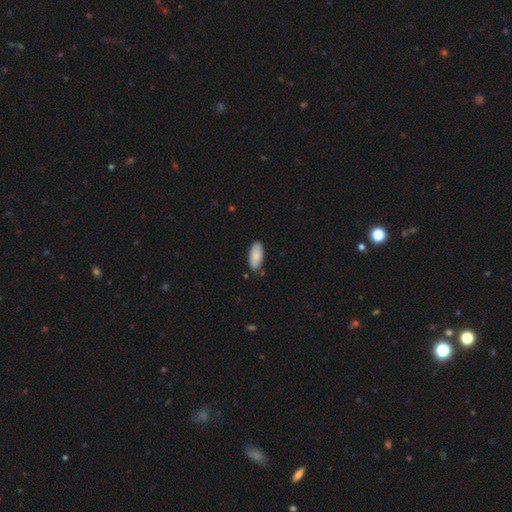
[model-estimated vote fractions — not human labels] A smooth galaxy with no disk features (86%) that is in between round and cigar-shaped (89%).

Vote fractions:
- Smooth or featured? smooth: 86% / featured or disk: 8% / star or artifact: 6%
- How rounded? in between: 89% / cigar-shaped: 10% / round: 2%
- Merging? none: 84% / minor disturbance: 12% / major disturbance: 2% / merger: 2%